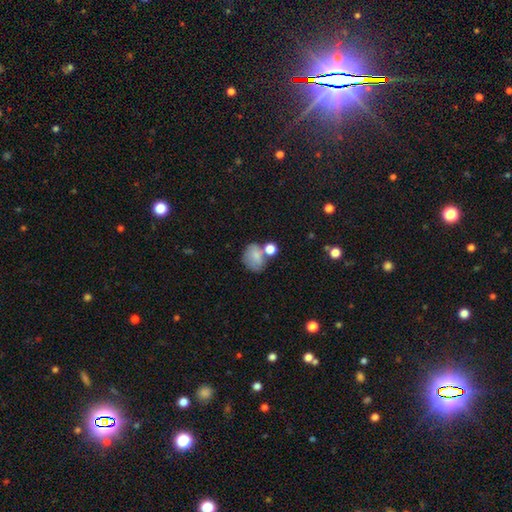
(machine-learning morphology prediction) Smooth or featured?
  - smooth: 76% *
  - featured or disk: 14%
  - star or artifact: 10%
How rounded?
  - round: 53% *
  - in between: 46%
  - cigar-shaped: 1%
Merging?
  - none: 45% *
  - merger: 29%
  - minor disturbance: 18%
  - major disturbance: 8%